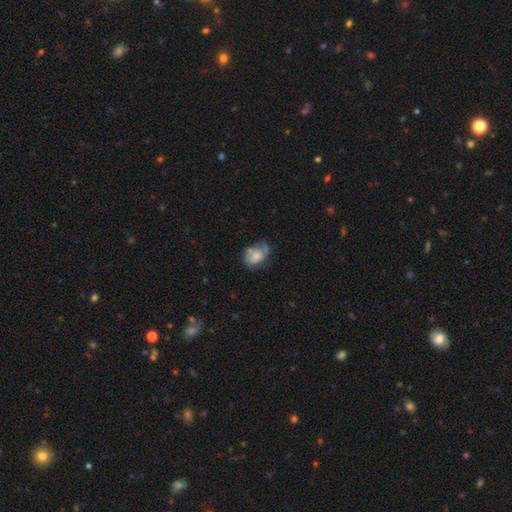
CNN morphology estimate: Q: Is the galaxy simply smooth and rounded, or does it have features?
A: smooth — 61%.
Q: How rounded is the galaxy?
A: in between — 79%.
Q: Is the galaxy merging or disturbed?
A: none — 47%.